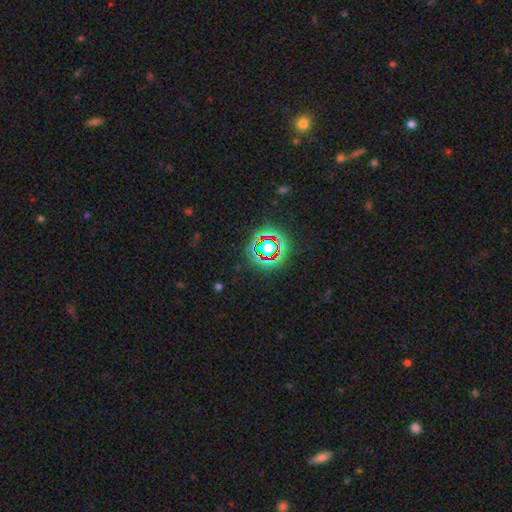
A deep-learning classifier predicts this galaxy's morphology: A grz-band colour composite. It shows a star or artifact, not a galaxy (77%).